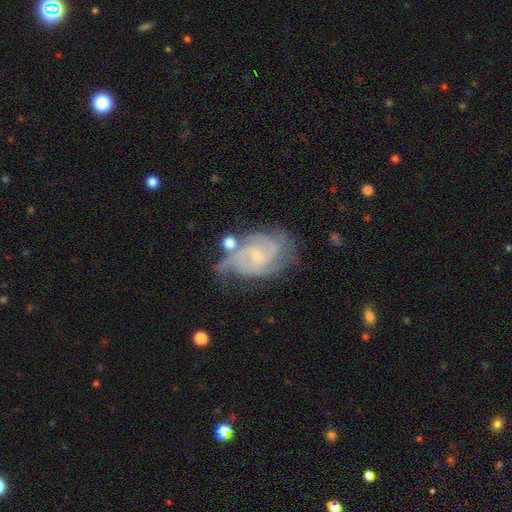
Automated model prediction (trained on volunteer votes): Smooth or featured?
  - featured or disk: 83% *
  - smooth: 10%
  - star or artifact: 7%
Edge-on disk?
  - no: 97% *
  - yes: 3%
Bar?
  - no: 49% *
  - weak: 43%
  - strong: 8%
Spiral arms?
  - yes: 95% *
  - no: 5%
Spiral winding?
  - tight: 49% *
  - medium: 40%
  - loose: 10%
Spiral arm count?
  - 2: 36% *
  - 3: 27%
  - can't tell: 23%
  - 4: 6%
  - 1: 4%
  - more than 4: 4%
Bulge size?
  - small: 62% *
  - moderate: 18%
  - none: 17%
  - large: 2%
  - dominant: 1%
Merging?
  - none: 48% *
  - minor disturbance: 26%
  - major disturbance: 17%
  - merger: 9%